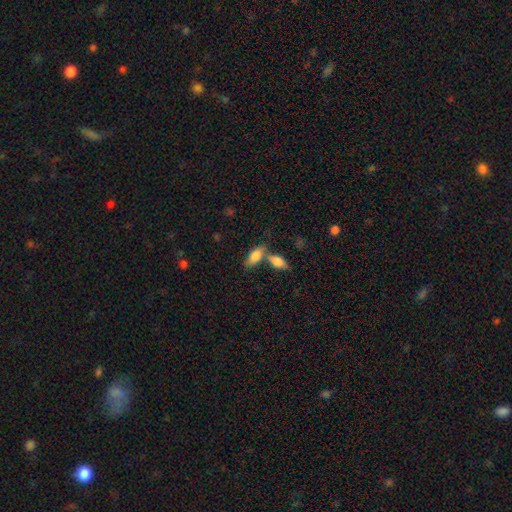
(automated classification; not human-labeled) This is likely a smooth galaxy (78%). How rounded: clearly in between (83%). Merging: marginally none (44%).